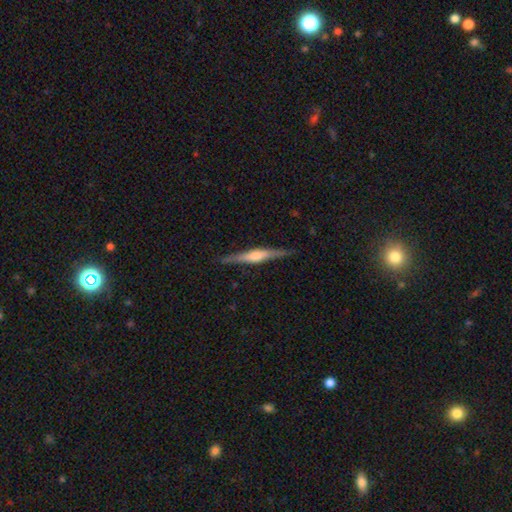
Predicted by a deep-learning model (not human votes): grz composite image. It shows a featured or disk galaxy (75%) viewed edge-on (98%) with a rounded central bulge (76%). Merging: none (89%).